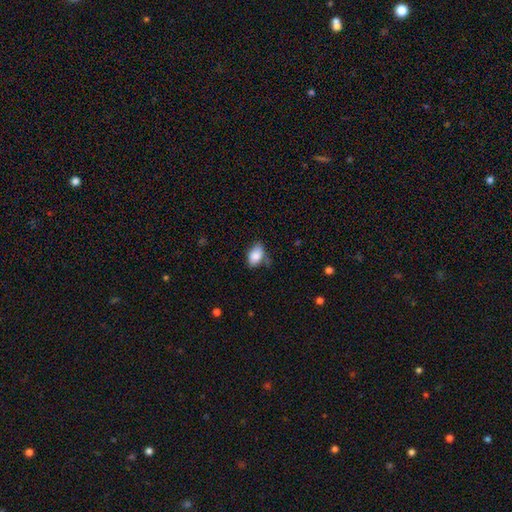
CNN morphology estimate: Smooth or featured?
  - smooth: 85% *
  - star or artifact: 8%
  - featured or disk: 7%
How rounded?
  - in between: 88% *
  - round: 10%
  - cigar-shaped: 2%
Merging?
  - none: 60% *
  - minor disturbance: 29%
  - major disturbance: 7%
  - merger: 5%